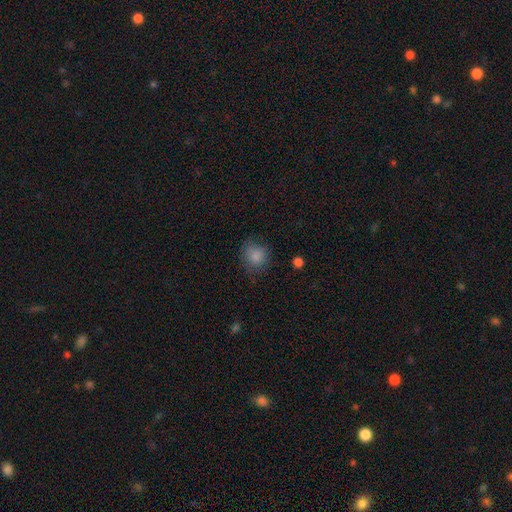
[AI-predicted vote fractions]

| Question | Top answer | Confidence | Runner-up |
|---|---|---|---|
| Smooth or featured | smooth | 85% | star or artifact (10%) |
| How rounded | round | 84% | in between (15%) |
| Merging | none | 76% | minor disturbance (17%) |